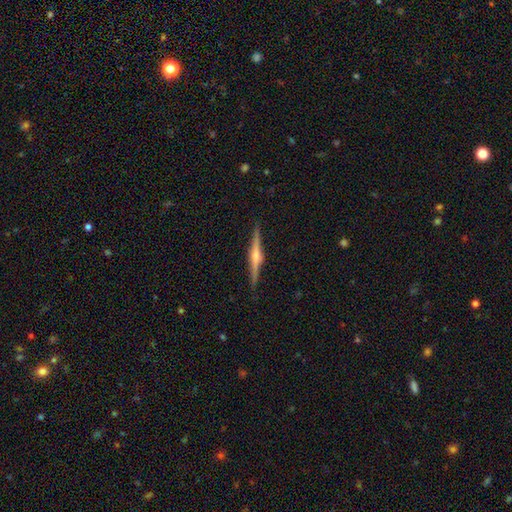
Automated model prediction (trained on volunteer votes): A featured or disk galaxy (79%) viewed edge-on (98%) with a rounded central bulge (78%).

Vote fractions:
- Smooth or featured? featured or disk: 79% / smooth: 15% / star or artifact: 6%
- Edge-on disk? yes: 98% / no: 2%
- Edge-on bulge? rounded: 78% / boxy: 15% / none: 7%
- Merging? none: 91% / minor disturbance: 7% / major disturbance: 1% / merger: 1%